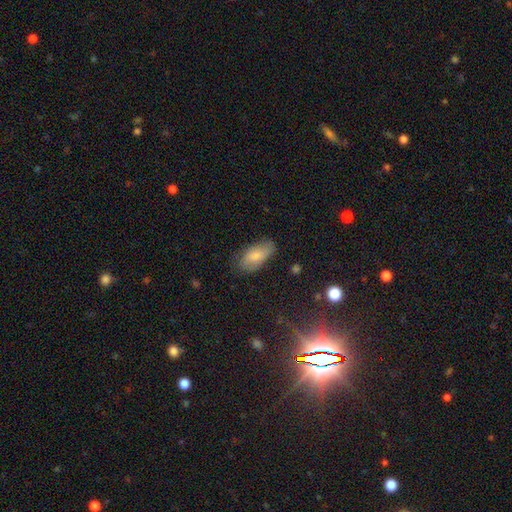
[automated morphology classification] Smooth or featured? smooth (77%)
How rounded? in between (92%)
Merging? none (73%)